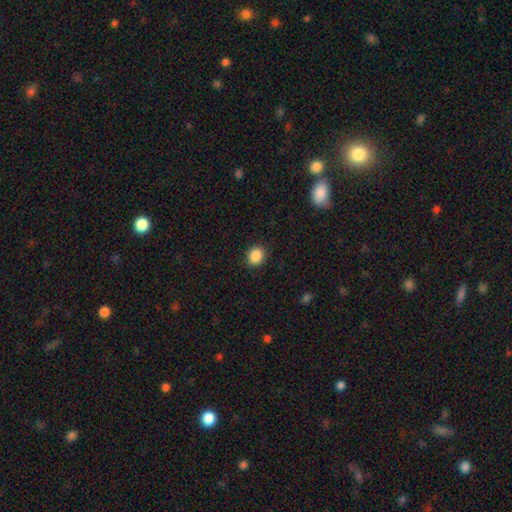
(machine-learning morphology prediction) A smooth galaxy with no disk features (88%) that is round (65%). Merging: none (88%).